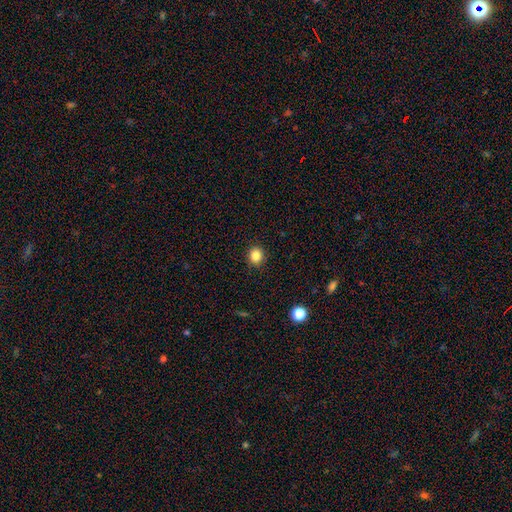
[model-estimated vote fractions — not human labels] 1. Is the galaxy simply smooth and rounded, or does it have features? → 84% smooth, 11% star or artifact, 5% featured or disk.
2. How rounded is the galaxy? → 81% round, 18% in between, 1% cigar-shaped.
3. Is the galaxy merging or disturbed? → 91% none, 6% minor disturbance, 2% major disturbance, 1% merger.